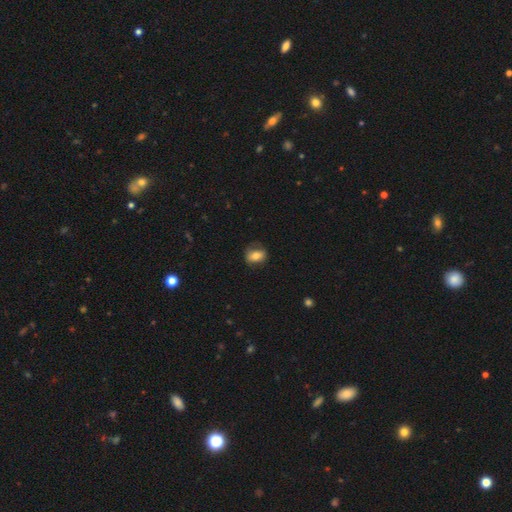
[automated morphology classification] A smooth galaxy with no disk features (69%) that is in between round and cigar-shaped (67%).

Vote fractions:
- Smooth or featured? smooth: 69% / featured or disk: 23% / star or artifact: 9%
- How rounded? in between: 67% / round: 31% / cigar-shaped: 2%
- Merging? none: 67% / minor disturbance: 22% / major disturbance: 9% / merger: 1%